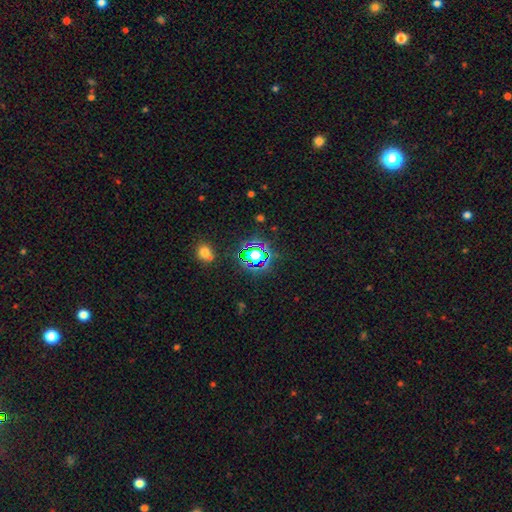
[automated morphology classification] Smooth or featured? star or artifact (68%)